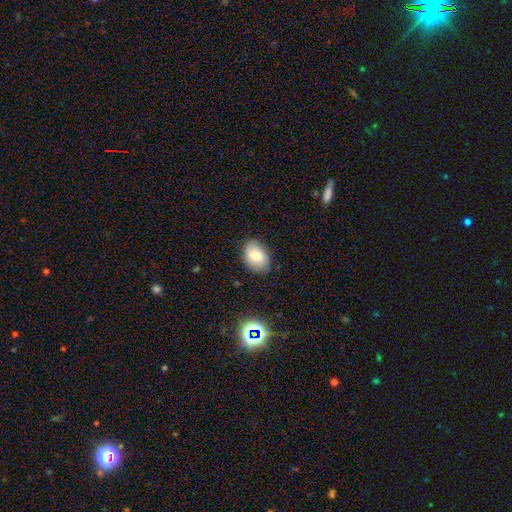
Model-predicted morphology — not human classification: smooth-or-featured: smooth: 73% | featured or disk: 18% | star or artifact: 9%
  how-rounded: in between: 77% | round: 22% | cigar-shaped: 1%
  merging: none: 82% | minor disturbance: 14% | major disturbance: 3% | merger: 1%